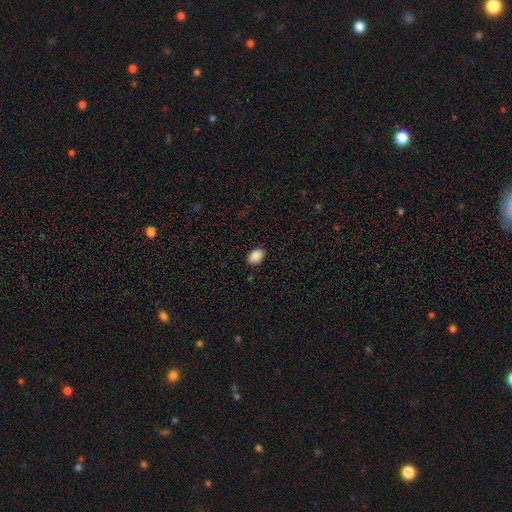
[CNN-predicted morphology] Smooth or featured? Predicted: smooth (p=0.89). How rounded? Predicted: in between (p=0.82). Merging? Predicted: none (p=0.87).